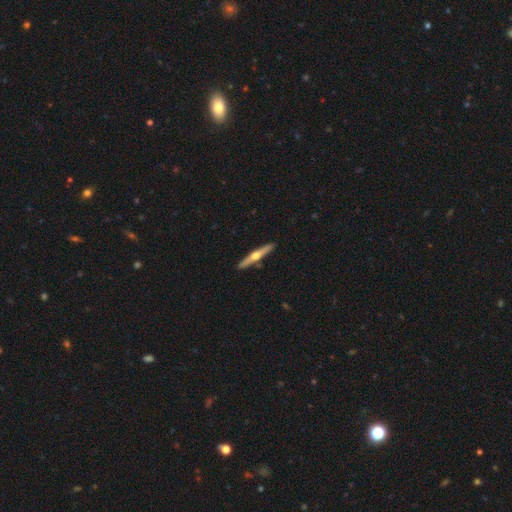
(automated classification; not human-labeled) Smooth or featured: featured or disk — 65% (smooth — 30%)
Edge-on disk: yes — 97% (no — 3%)
Edge-on bulge: rounded — 93% (none — 5%)
Merging: none — 90% (minor disturbance — 7%)